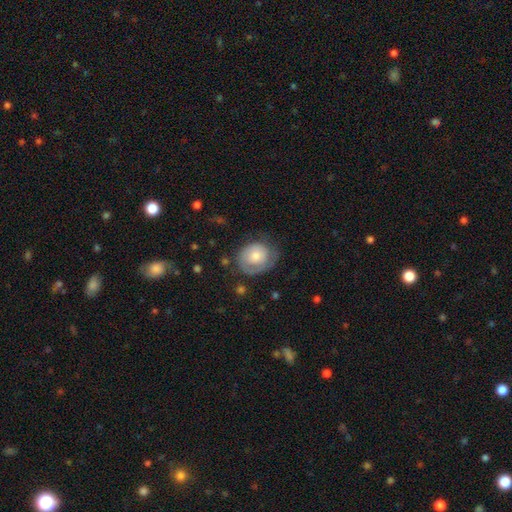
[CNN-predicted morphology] This appears to be a smooth galaxy with no disk features (58%) that is round (66%). Merging: none (53%).